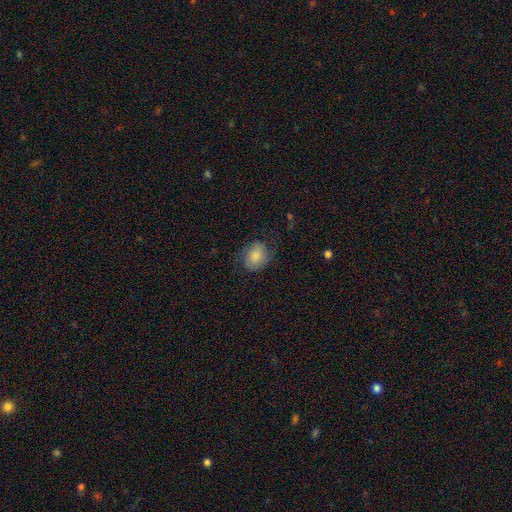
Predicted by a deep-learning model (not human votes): The model was most divided on "how rounded": in between: 52%, round: 47%, cigar-shaped: 1%. More confident: smooth or featured — smooth (73%); merging — none (67%).